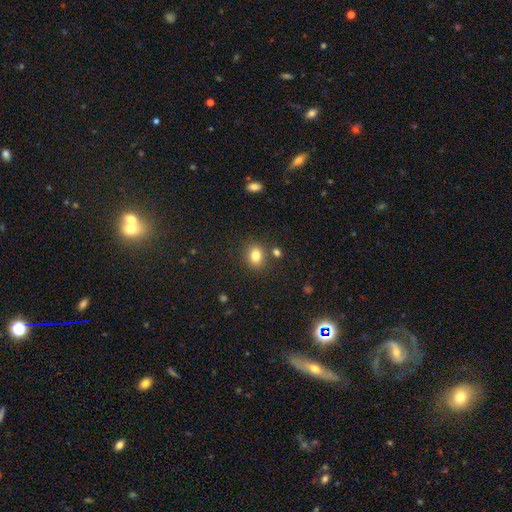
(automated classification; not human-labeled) Smooth or featured? Predicted: smooth (p=0.81). How rounded? Predicted: round (p=0.53). Merging? Predicted: none (p=0.80).